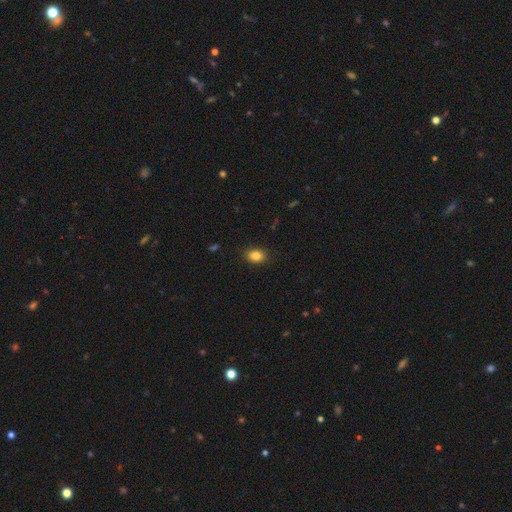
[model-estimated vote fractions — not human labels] Smooth or featured?
  - smooth: 85% *
  - star or artifact: 10%
  - featured or disk: 5%
How rounded?
  - in between: 72% *
  - round: 27%
  - cigar-shaped: 1%
Merging?
  - none: 87% *
  - minor disturbance: 10%
  - major disturbance: 3%
  - merger: 1%